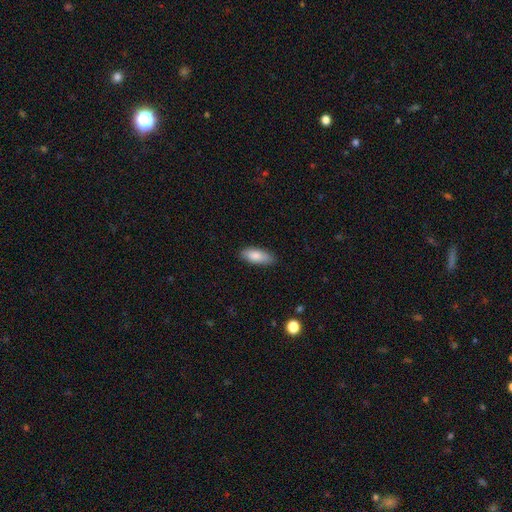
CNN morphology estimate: A smooth galaxy with no disk features (85%) that is in between round and cigar-shaped (75%).

Vote fractions:
- Smooth or featured? smooth: 85% / featured or disk: 9% / star or artifact: 6%
- How rounded? in between: 75% / cigar-shaped: 23% / round: 2%
- Merging? none: 84% / minor disturbance: 12% / major disturbance: 2% / merger: 1%